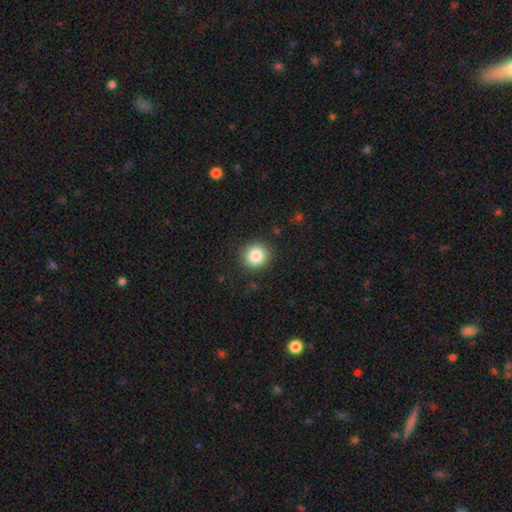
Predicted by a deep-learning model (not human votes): smooth_or_featured: smooth (p=0.85) [alt: star or artifact p=0.10]
how_rounded: round (p=0.89) [alt: in between p=0.10]
merging: none (p=0.90) [alt: minor disturbance p=0.07]